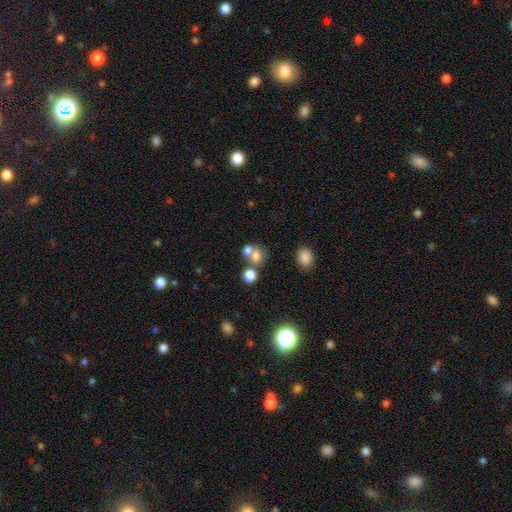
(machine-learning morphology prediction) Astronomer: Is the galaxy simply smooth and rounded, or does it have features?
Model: smooth — 70%.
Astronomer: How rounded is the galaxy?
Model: round — 64%.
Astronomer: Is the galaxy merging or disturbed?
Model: merger — 47% (runner-up: none, 40%).